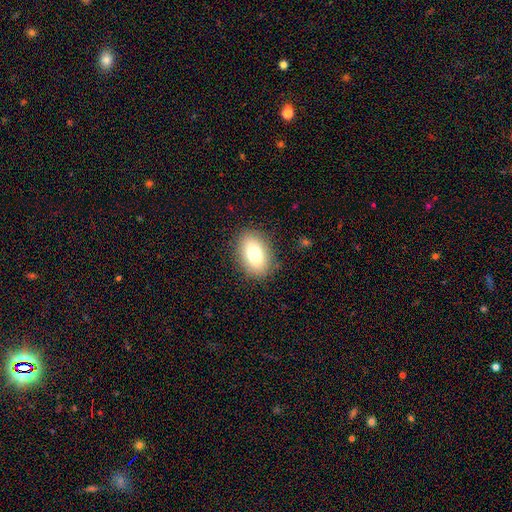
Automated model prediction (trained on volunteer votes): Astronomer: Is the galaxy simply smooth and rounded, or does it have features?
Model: smooth — 79%.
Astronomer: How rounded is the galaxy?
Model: in between — 86%.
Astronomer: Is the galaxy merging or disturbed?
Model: none — 86%.